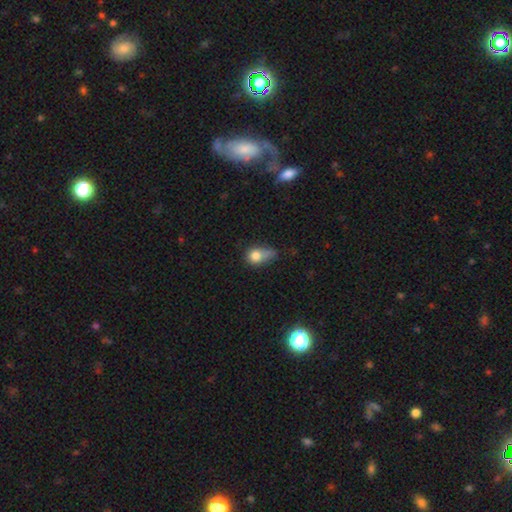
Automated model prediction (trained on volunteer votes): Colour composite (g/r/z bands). It shows a smooth galaxy with no disk features (77%) that is in between round and cigar-shaped (53%). Merging: minor disturbance (36%).